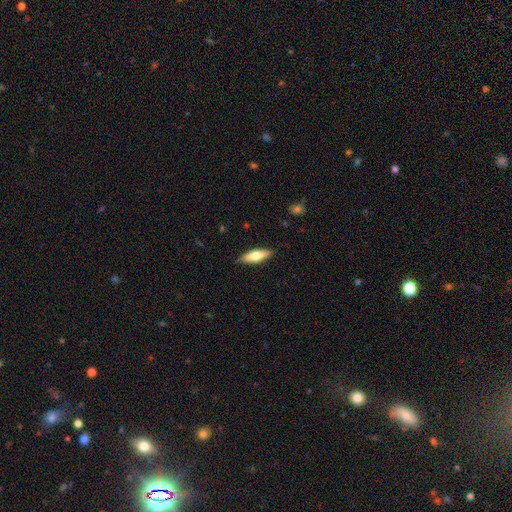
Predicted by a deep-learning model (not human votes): The model was most divided on "how rounded" (2-way tie): in between: 49%, cigar-shaped: 49%, round: 2%. More confident: merging — none (87%); smooth or featured — smooth (59%).